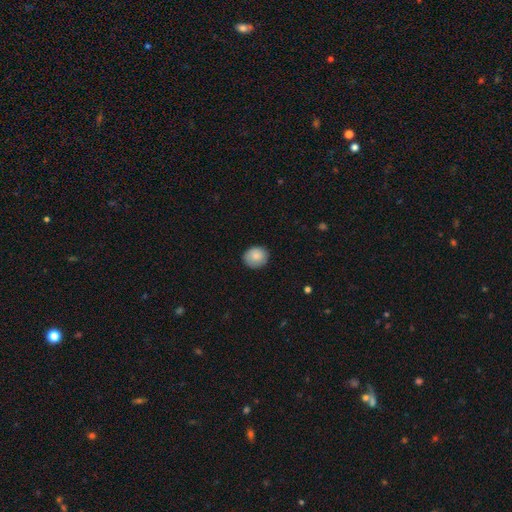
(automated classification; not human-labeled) Smooth or featured? Predicted: smooth (p=0.83). How rounded? Predicted: round (p=0.78). Merging? Predicted: none (p=0.85).